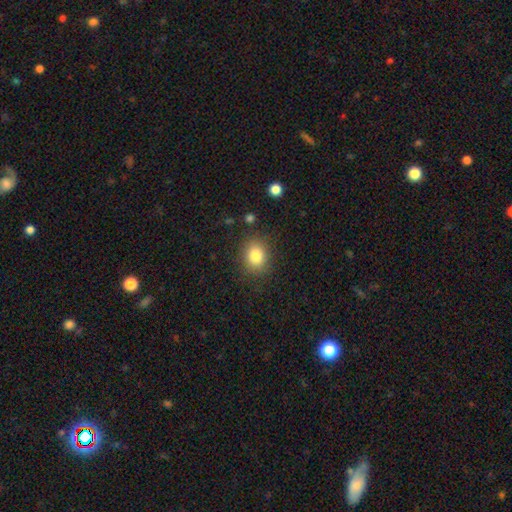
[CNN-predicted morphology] Smooth or featured: smooth — 83% (star or artifact — 10%)
How rounded: round — 58% (in between — 41%)
Merging: none — 84% (minor disturbance — 11%)